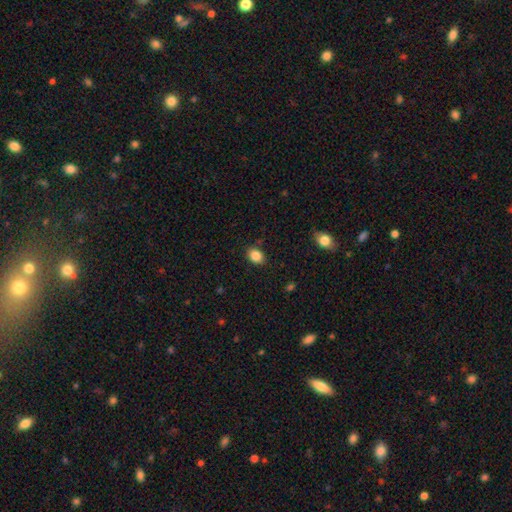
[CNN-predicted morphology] Smooth or featured? Predicted: smooth (p=0.86). How rounded? Predicted: in between (p=0.59). Merging? Predicted: none (p=0.84).